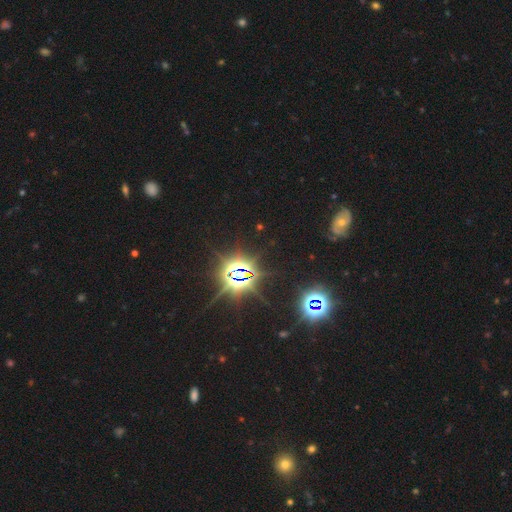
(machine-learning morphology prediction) Overall: star or artifact (81%).